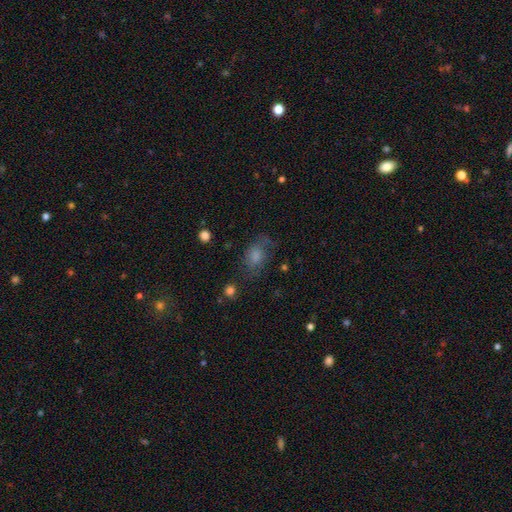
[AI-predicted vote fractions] Smooth or featured? smooth (66%)
How rounded? in between (79%)
Merging? none (52%)